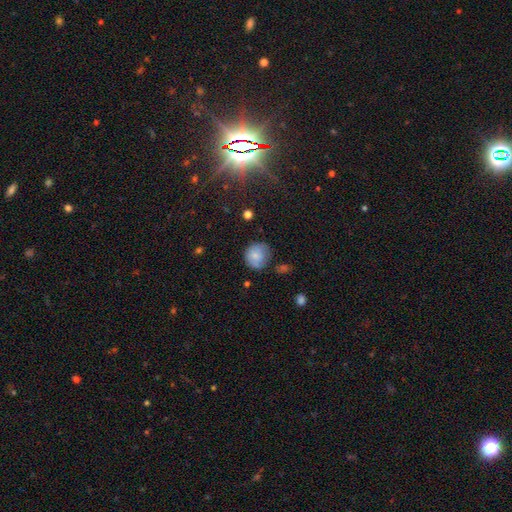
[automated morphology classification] This is likely a smooth galaxy (78%). How rounded: clearly round (81%). Merging: likely none (62%).